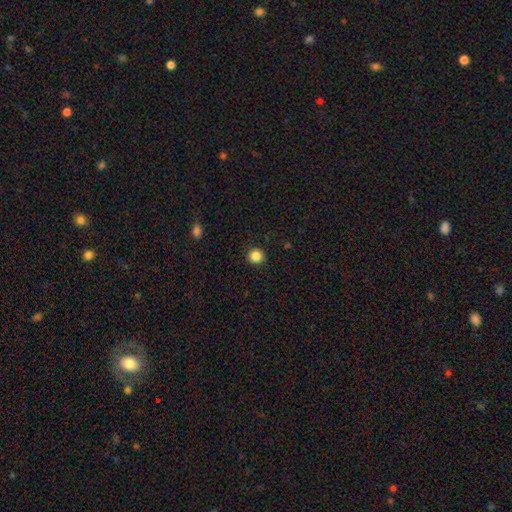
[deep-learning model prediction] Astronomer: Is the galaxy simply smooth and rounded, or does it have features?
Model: smooth — 86%.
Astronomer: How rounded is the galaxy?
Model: round — 93%.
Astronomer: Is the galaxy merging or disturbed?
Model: none — 92%.